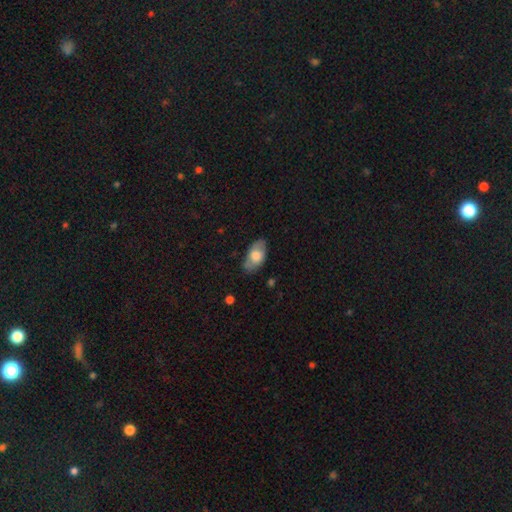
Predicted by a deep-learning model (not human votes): A smooth galaxy with no disk features (65%) that is in between round and cigar-shaped (93%).

Vote fractions:
- Smooth or featured? smooth: 65% / featured or disk: 28% / star or artifact: 6%
- How rounded? in between: 93% / round: 4% / cigar-shaped: 3%
- Merging? none: 73% / minor disturbance: 21% / major disturbance: 5% / merger: 2%